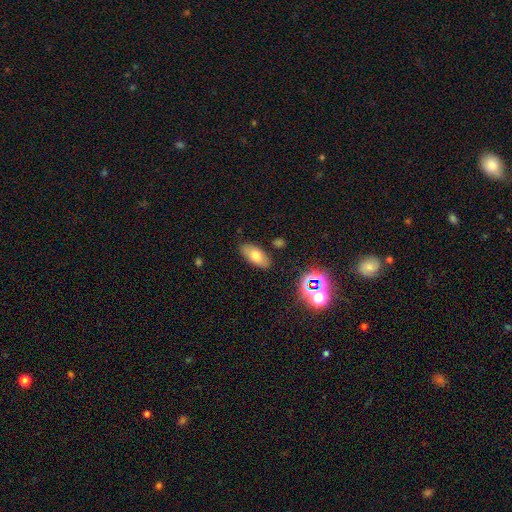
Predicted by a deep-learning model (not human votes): smooth-or-featured: smooth: 71% | featured or disk: 18% | star or artifact: 11%
  how-rounded: in between: 90% | cigar-shaped: 6% | round: 4%
  merging: none: 85% | minor disturbance: 10% | major disturbance: 3% | merger: 2%